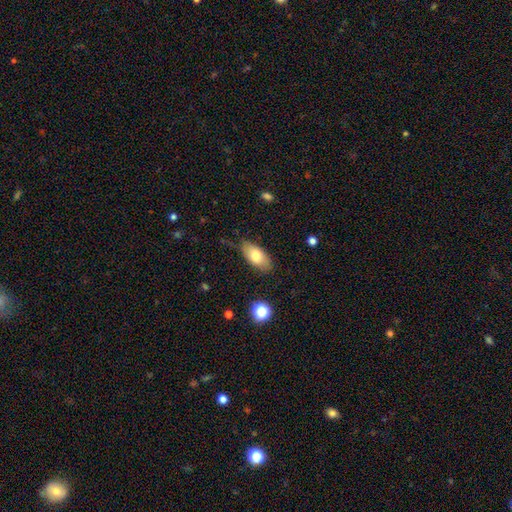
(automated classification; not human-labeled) This is likely a smooth galaxy (76%). How rounded: clearly in between (90%). Merging: likely none (75%).